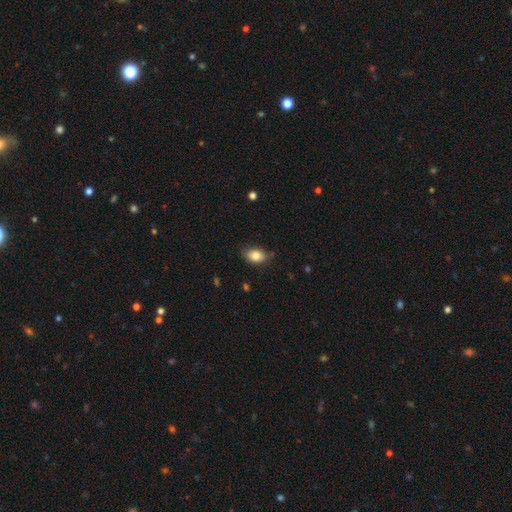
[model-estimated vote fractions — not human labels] smooth_or_featured: smooth (p=0.83) [alt: featured or disk p=0.09]
how_rounded: in between (p=0.86) [alt: round p=0.12]
merging: none (p=0.82) [alt: minor disturbance p=0.14]